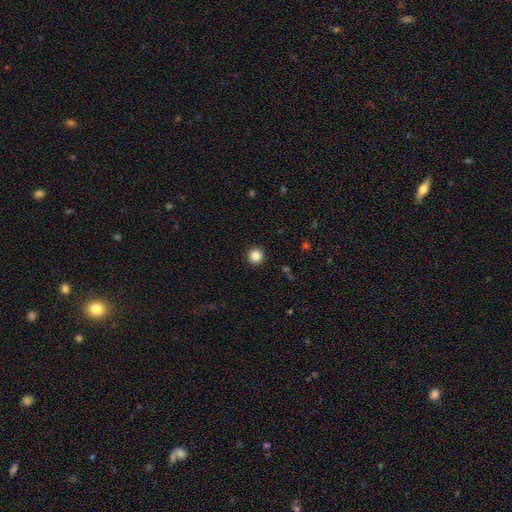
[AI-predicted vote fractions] Smooth or featured: smooth — 86% (star or artifact — 11%)
How rounded: round — 95% (in between — 4%)
Merging: none — 93% (minor disturbance — 4%)